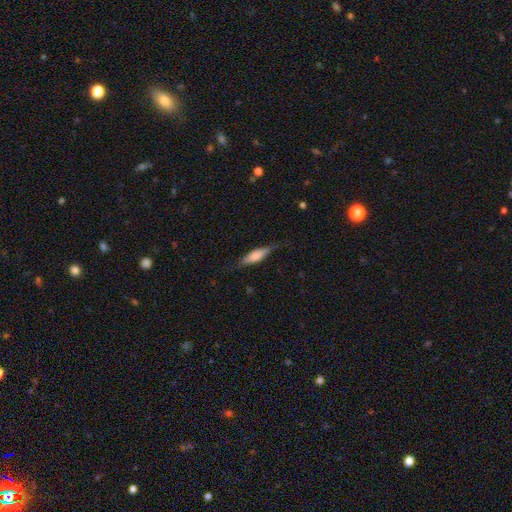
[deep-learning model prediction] A smooth galaxy with no disk features (57%) that is cigar-shaped (56%). Merging: none (73%).